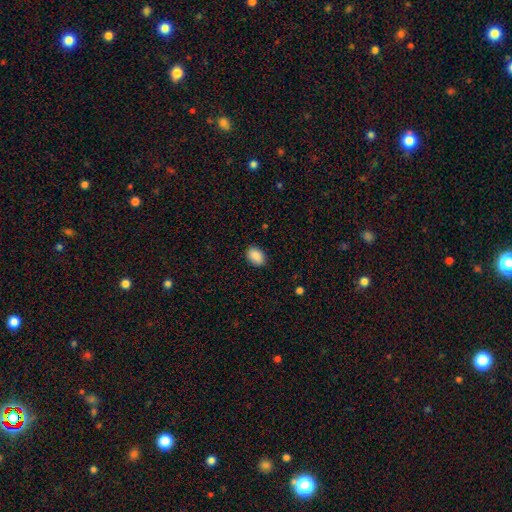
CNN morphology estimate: Q: Smooth or featured?
A: smooth (90%); runner-up: star or artifact (8%)
Q: How rounded?
A: in between (80%); runner-up: round (19%)
Q: Merging?
A: none (87%); runner-up: minor disturbance (10%)